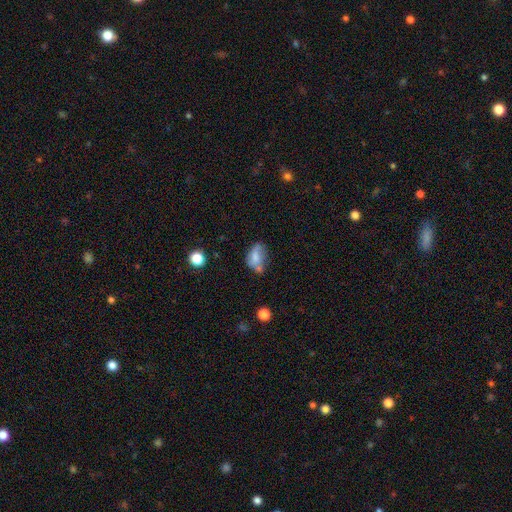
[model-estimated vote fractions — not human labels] A smooth galaxy with no disk features (60%) that is in between round and cigar-shaped (82%).

Vote fractions:
- Smooth or featured? smooth: 60% / featured or disk: 30% / star or artifact: 10%
- How rounded? in between: 82% / round: 14% / cigar-shaped: 3%
- Merging? none: 36% / minor disturbance: 28% / merger: 20% / major disturbance: 16%